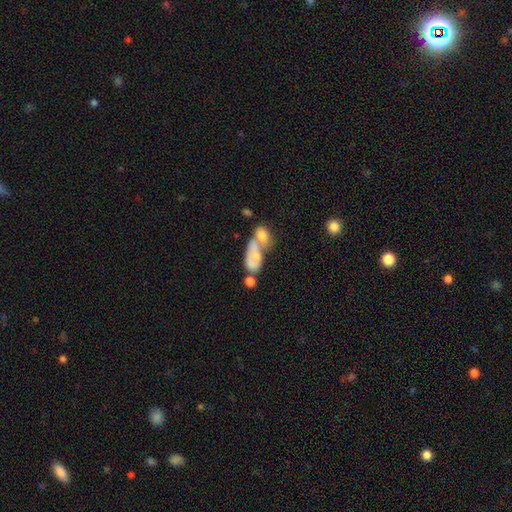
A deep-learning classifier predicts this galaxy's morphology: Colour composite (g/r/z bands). It shows a smooth galaxy with no disk features (50%). Merging: merger (66%).